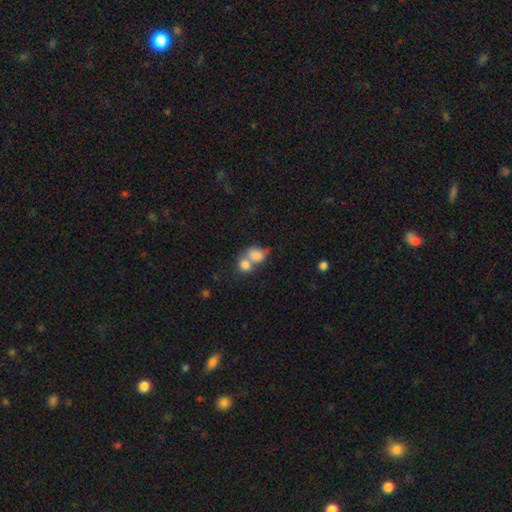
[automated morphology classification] Smooth or featured: smooth — 79% (featured or disk — 12%)
How rounded: in between — 58% (round — 41%)
Merging: merger — 66% (none — 22%)